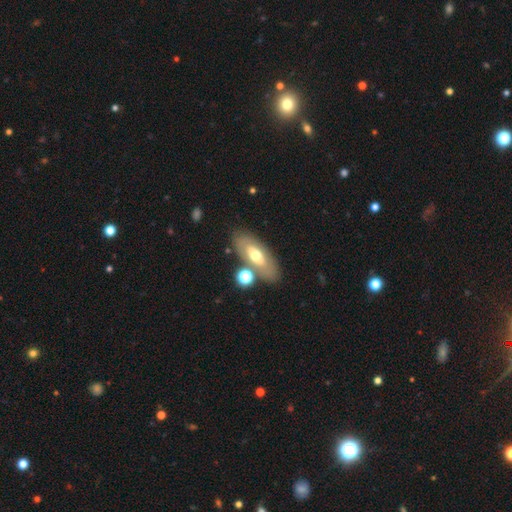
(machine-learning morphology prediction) Smooth or featured? Predicted: smooth (p=0.51). How rounded? Predicted: in between (p=0.79). Merging? Predicted: none (p=0.74).